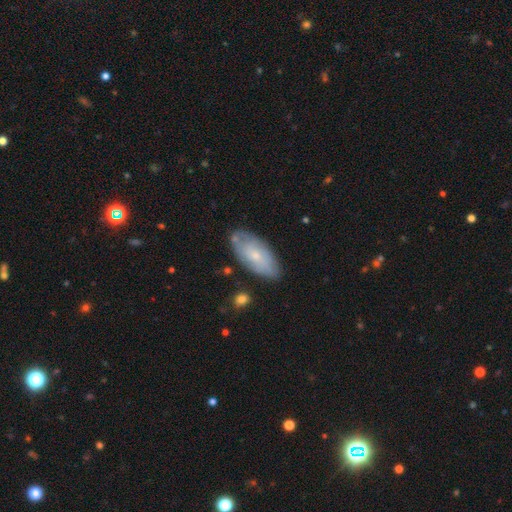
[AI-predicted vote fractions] Overall: smooth (51%; featured or disk 43%). How rounded: in between (90%). Merging: none (75%).